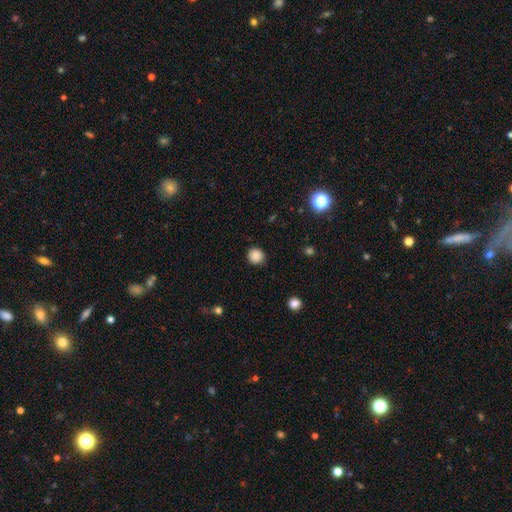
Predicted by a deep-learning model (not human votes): This appears to be a smooth galaxy with no disk features (87%) that is round (92%). Merging: none (90%).